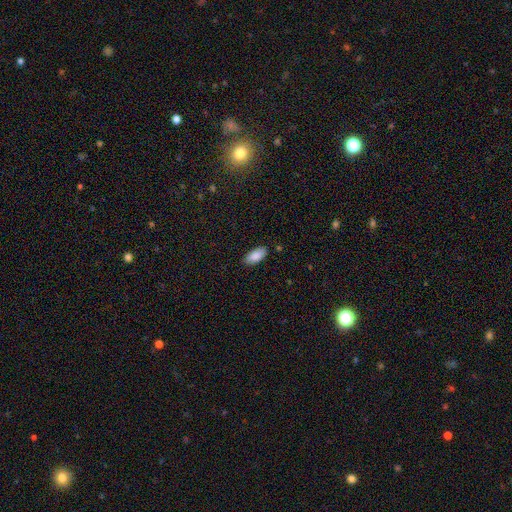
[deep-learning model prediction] smooth 87%, star or artifact 7%, featured or disk 6%. Down the decision tree: how rounded — in between (92%); merging — none (86%).